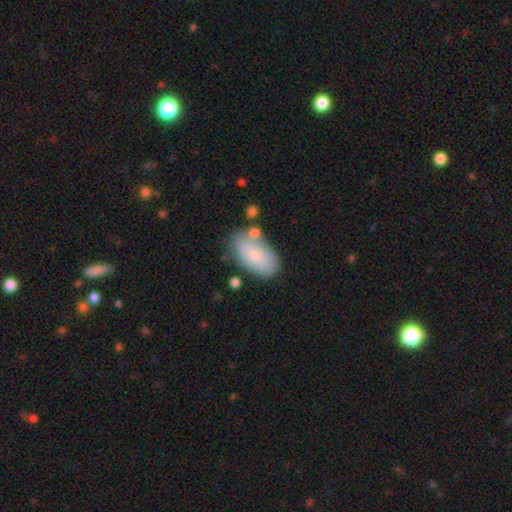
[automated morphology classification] type=smooth (75%); roundness=in between (94%); merging=none (66%).